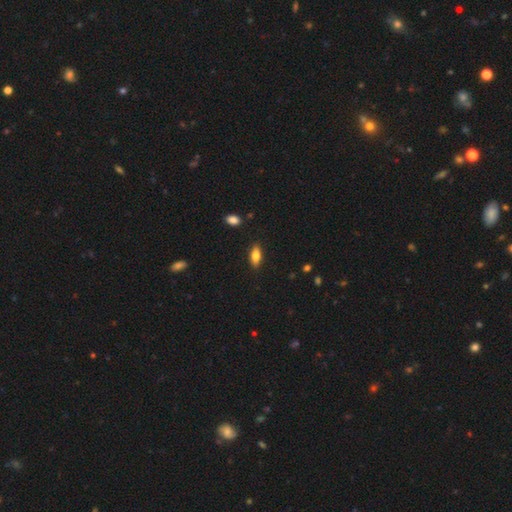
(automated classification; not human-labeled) Smooth or featured? smooth (76%)
How rounded? in between (79%)
Merging? none (88%)